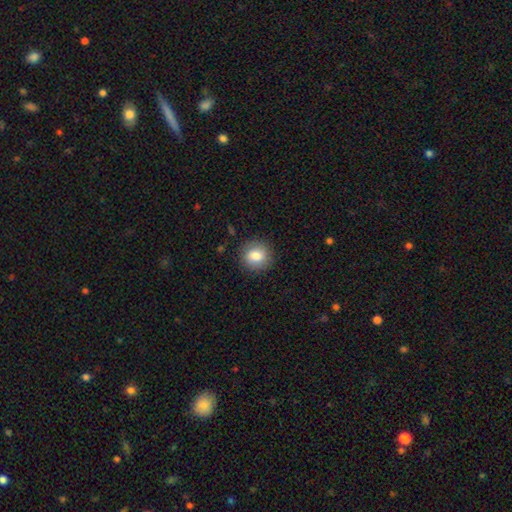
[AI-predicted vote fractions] A smooth galaxy with no disk features (82%) that is round (85%).

Vote fractions:
- Smooth or featured? smooth: 82% / featured or disk: 9% / star or artifact: 9%
- How rounded? round: 85% / in between: 14% / cigar-shaped: 1%
- Merging? none: 88% / minor disturbance: 8% / major disturbance: 3% / merger: 1%